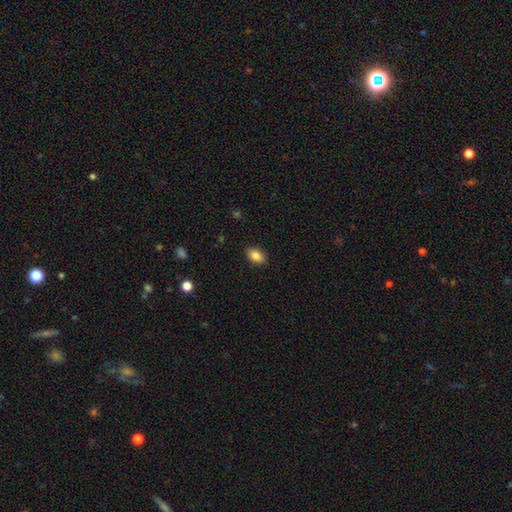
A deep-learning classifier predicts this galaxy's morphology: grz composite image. It shows a smooth galaxy with no disk features (87%) that is in between round and cigar-shaped (88%). Merging: none (89%).